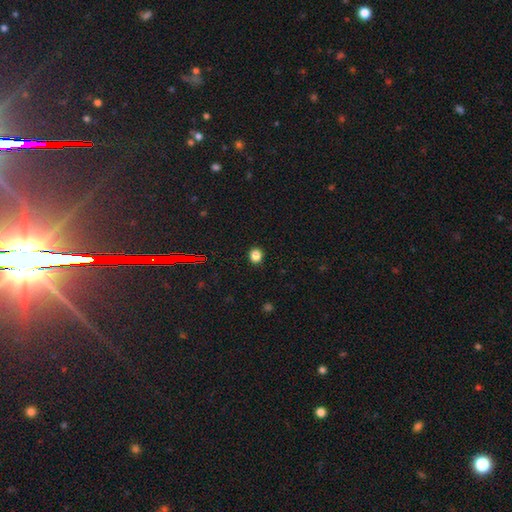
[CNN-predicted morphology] Smooth or featured? Predicted: smooth (p=0.83). How rounded? Predicted: round (p=0.86). Merging? Predicted: none (p=0.92).